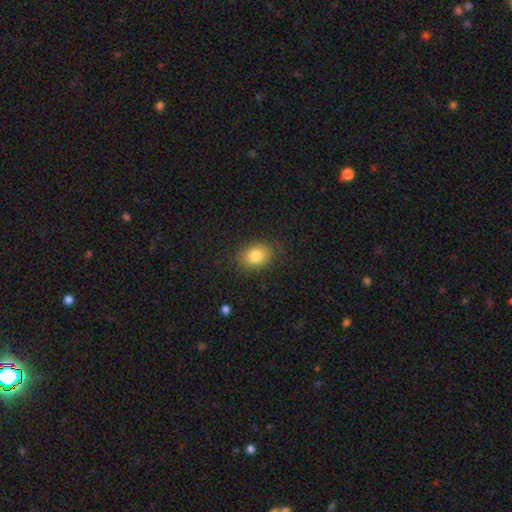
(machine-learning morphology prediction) Overall: smooth (82%). How rounded: in between (64%; round 35%). Merging: none (83%).